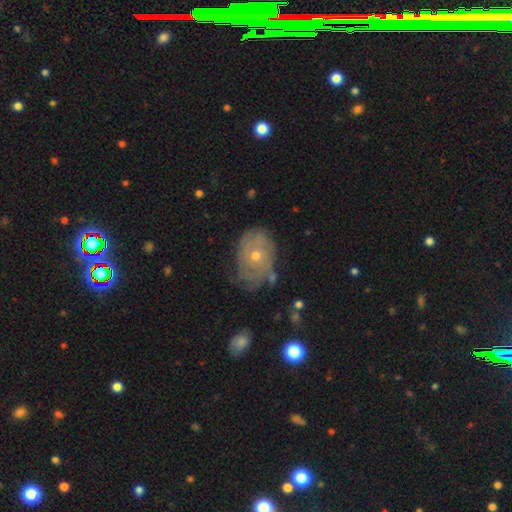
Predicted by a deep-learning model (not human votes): This appears to be a featured or disk galaxy (69%) with no bar (85%), tight (68%) spiral arms (78%) and a small central bulge (49%). Merging: none (59%).